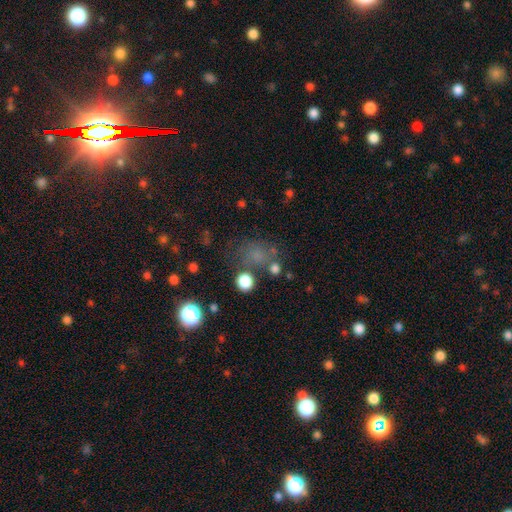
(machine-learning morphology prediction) A smooth galaxy with no disk features (63%) that is round (65%). Merging: none (61%).